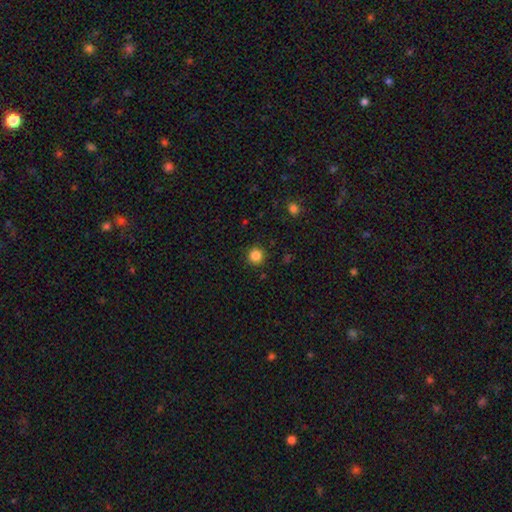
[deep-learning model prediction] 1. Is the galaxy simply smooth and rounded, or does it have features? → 85% smooth, 11% star or artifact, 4% featured or disk.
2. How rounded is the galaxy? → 95% round, 4% in between, 1% cigar-shaped.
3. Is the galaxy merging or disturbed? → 91% none, 6% minor disturbance, 2% major disturbance, 1% merger.